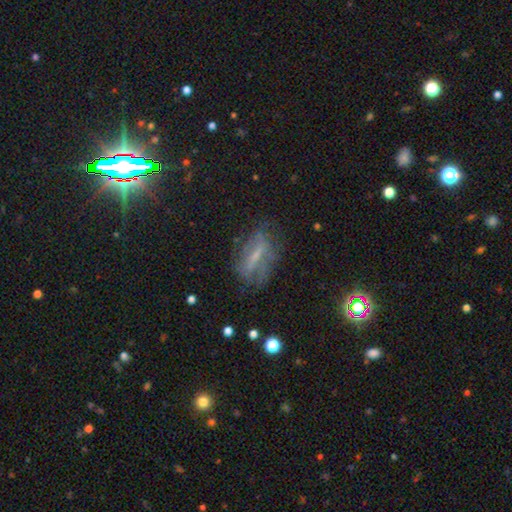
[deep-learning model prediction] featured or disk 52%, smooth 30%, star or artifact 19%. Down the decision tree: edge-on disk — no (78%); merging — none (59%).